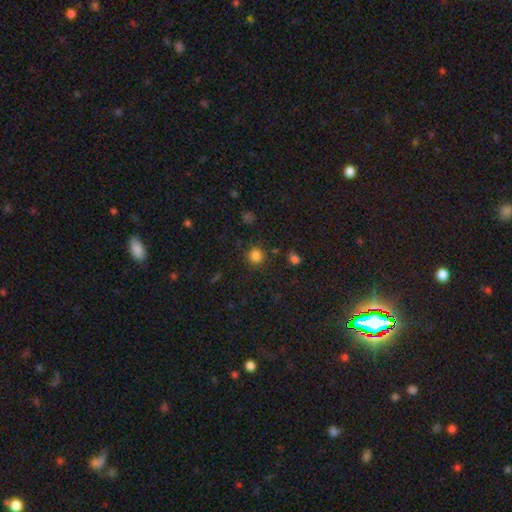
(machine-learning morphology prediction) This is clearly a smooth galaxy (82%). How rounded: clearly round (93%). Merging: clearly none (86%).